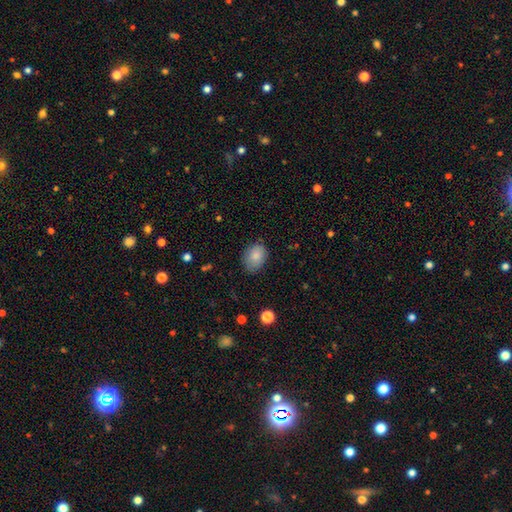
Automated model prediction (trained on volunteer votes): The model was most divided on "how rounded": in between: 69%, round: 31%, cigar-shaped: 1%. More confident: smooth or featured — smooth (84%); merging — none (78%).